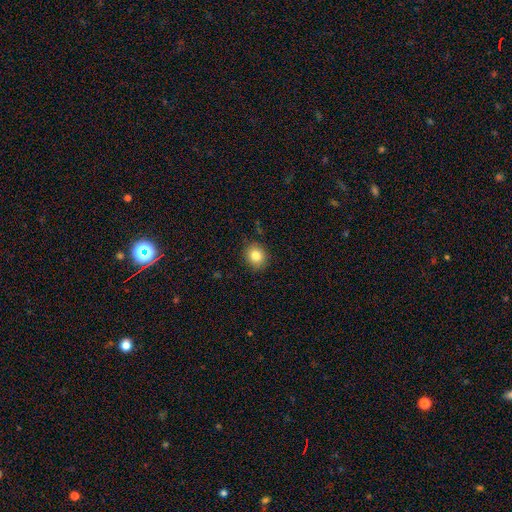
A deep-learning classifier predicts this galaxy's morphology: smooth_or_featured: smooth (p=0.83) [alt: star or artifact p=0.10]
how_rounded: round (p=0.74) [alt: in between p=0.25]
merging: none (p=0.87) [alt: minor disturbance p=0.09]